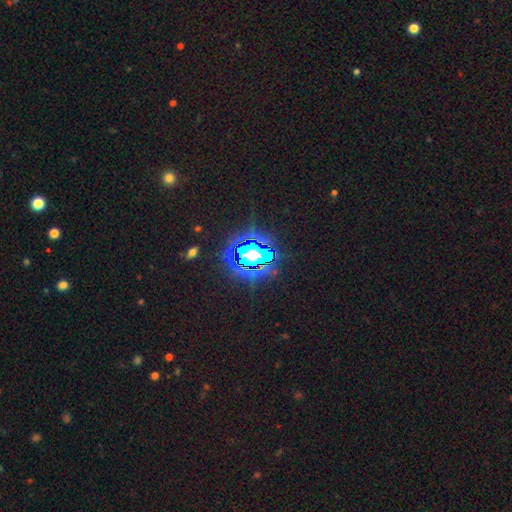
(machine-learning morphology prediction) A star or artifact, not a galaxy (79%).

Vote fractions:
- Smooth or featured? star or artifact: 79% / smooth: 12% / featured or disk: 9%